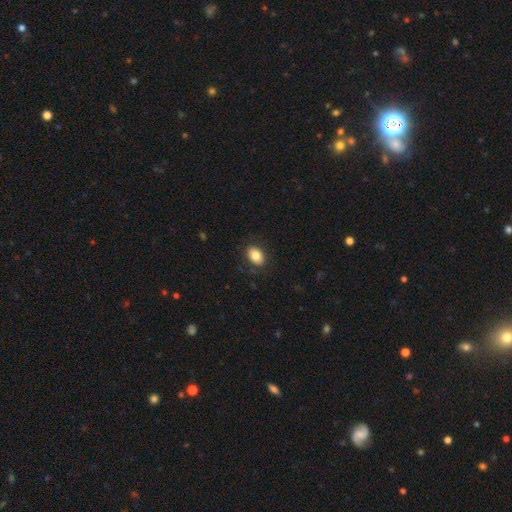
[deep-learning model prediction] The model was most divided on "how rounded": in between: 80%, round: 19%, cigar-shaped: 1%. More confident: merging — none (85%); smooth or featured — smooth (81%).